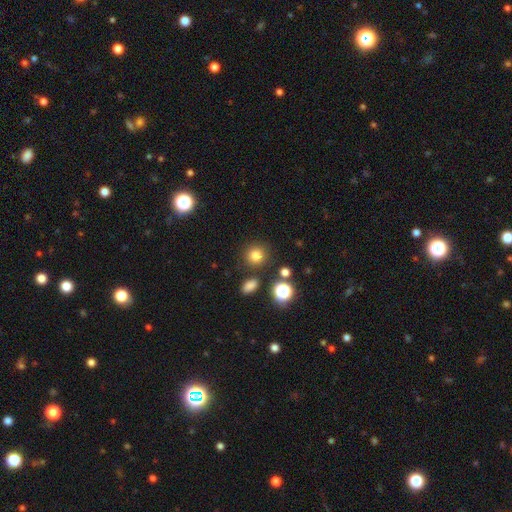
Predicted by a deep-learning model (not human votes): Morphology: type=smooth (79%); roundness=round (90%); merging=none (83%).